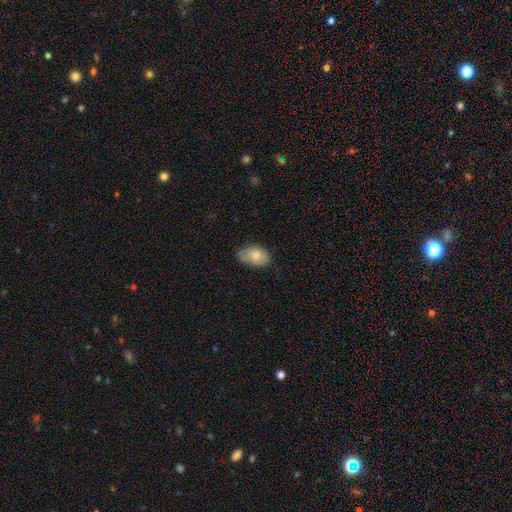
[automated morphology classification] A smooth galaxy with no disk features (79%) that is in between round and cigar-shaped (87%).

Vote fractions:
- Smooth or featured? smooth: 79% / featured or disk: 14% / star or artifact: 7%
- How rounded? in between: 87% / round: 11% / cigar-shaped: 1%
- Merging? none: 58% / minor disturbance: 34% / major disturbance: 7% / merger: 2%